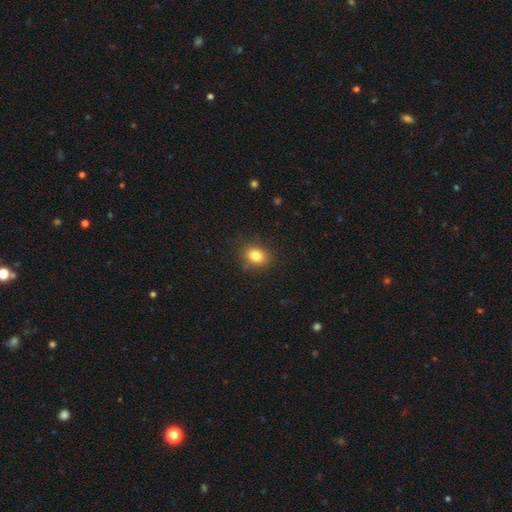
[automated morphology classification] Smooth or featured?
  - smooth: 82% *
  - star or artifact: 11%
  - featured or disk: 7%
How rounded?
  - in between: 54% *
  - round: 45%
  - cigar-shaped: 1%
Merging?
  - none: 85% *
  - minor disturbance: 11%
  - major disturbance: 3%
  - merger: 2%